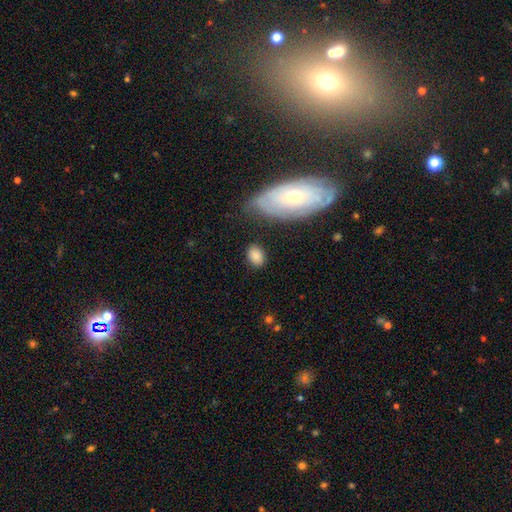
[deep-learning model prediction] A smooth galaxy with no disk features (85%) that is in between round and cigar-shaped (78%).

Vote fractions:
- Smooth or featured? smooth: 85% / star or artifact: 8% / featured or disk: 7%
- How rounded? in between: 78% / round: 21% / cigar-shaped: 2%
- Merging? none: 79% / minor disturbance: 14% / major disturbance: 4% / merger: 3%